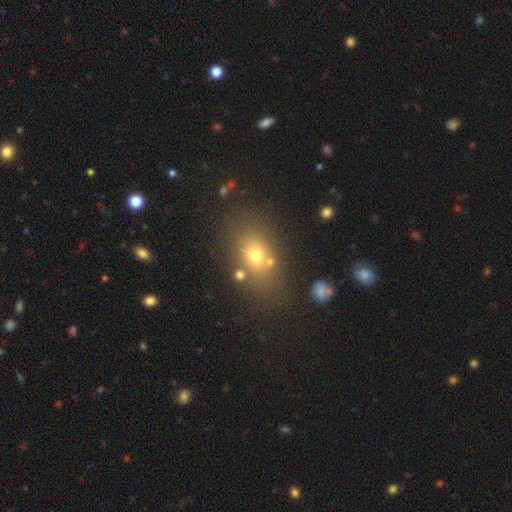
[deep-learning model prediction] Overall: smooth (63%). How rounded: in between (63%; round 34%). Merging: none (70%).